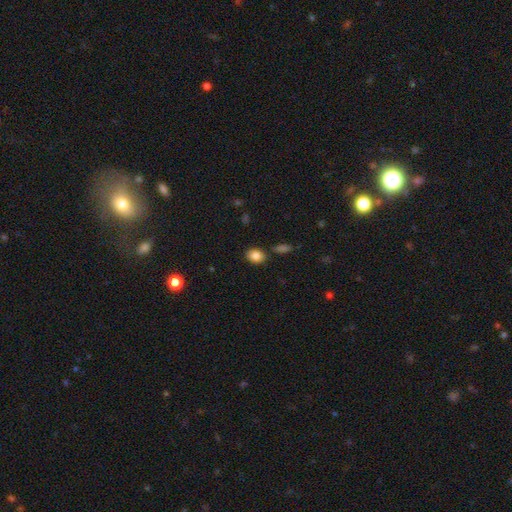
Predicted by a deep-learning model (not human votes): A smooth galaxy with no disk features (85%) that is in between round and cigar-shaped (63%). Merging: none (81%).